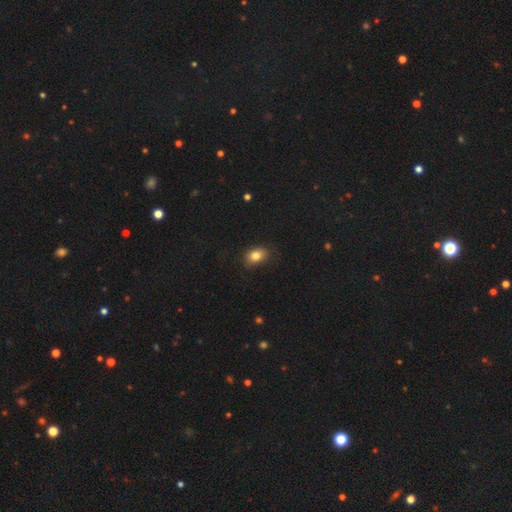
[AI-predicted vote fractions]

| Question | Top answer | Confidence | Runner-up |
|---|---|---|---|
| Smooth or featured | smooth | 82% | star or artifact (9%) |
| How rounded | in between | 74% | round (24%) |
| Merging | none | 80% | minor disturbance (16%) |